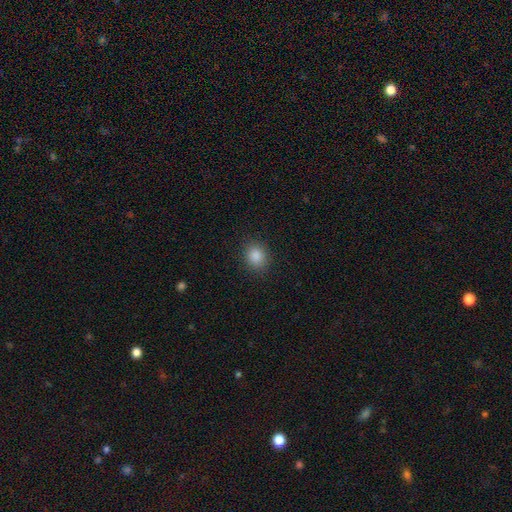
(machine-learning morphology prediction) A smooth galaxy with no disk features (85%) that is round (66%). Merging: none (90%).